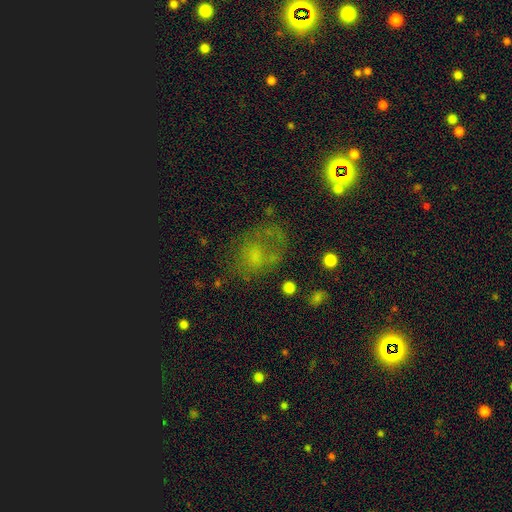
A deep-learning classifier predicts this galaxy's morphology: smooth-or-featured: smooth: 47% | featured or disk: 35% | star or artifact: 18%
  merging: none: 44% | major disturbance: 31% | minor disturbance: 22% | merger: 4%